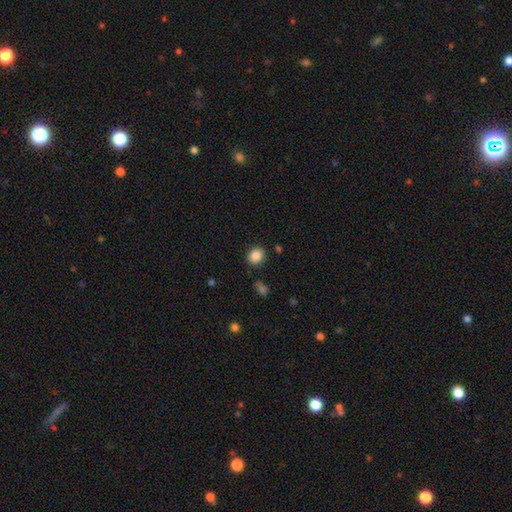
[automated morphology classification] Smooth or featured? smooth (87%)
How rounded? round (68%)
Merging? none (86%)